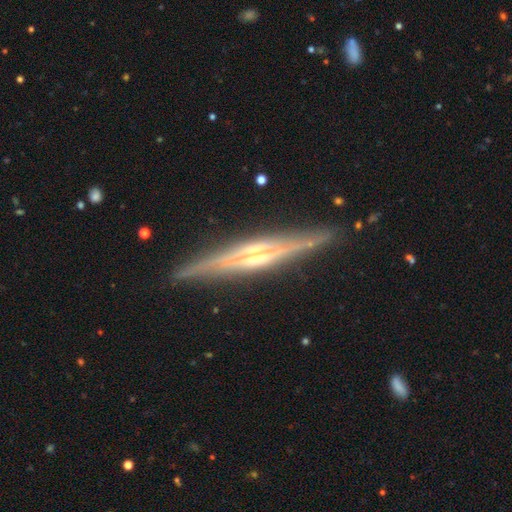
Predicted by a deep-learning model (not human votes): Morphology: type=featured or disk (86%); edge-on=yes (97%); edge-on bulge=rounded (54%); merging=none (88%).